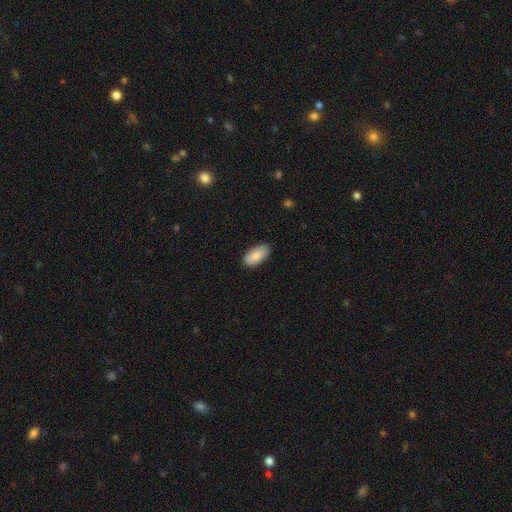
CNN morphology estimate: A smooth galaxy with no disk features (85%) that is in between round and cigar-shaped (94%).

Vote fractions:
- Smooth or featured? smooth: 85% / featured or disk: 9% / star or artifact: 6%
- How rounded? in between: 94% / cigar-shaped: 4% / round: 2%
- Merging? none: 87% / minor disturbance: 10% / major disturbance: 2% / merger: 1%